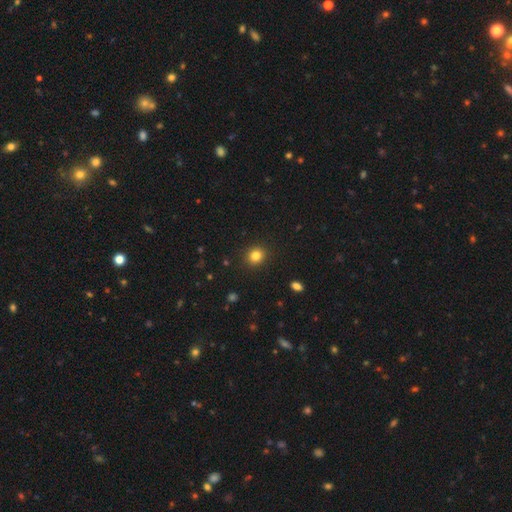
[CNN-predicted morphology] smooth_or_featured: smooth (p=0.83) [alt: star or artifact p=0.12]
how_rounded: round (p=0.81) [alt: in between p=0.18]
merging: none (p=0.91) [alt: minor disturbance p=0.06]